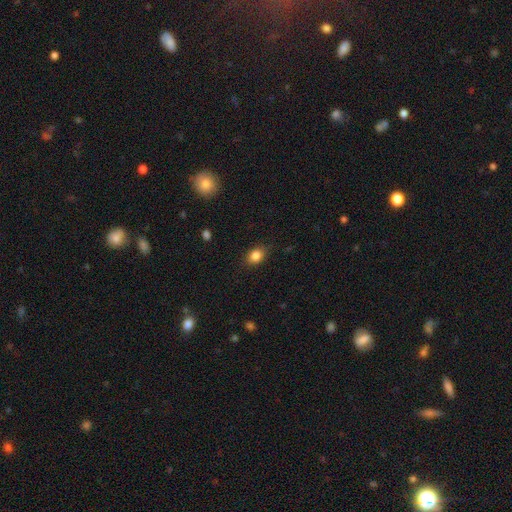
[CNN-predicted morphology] type=smooth (84%); roundness=in between (66%); merging=none (82%).